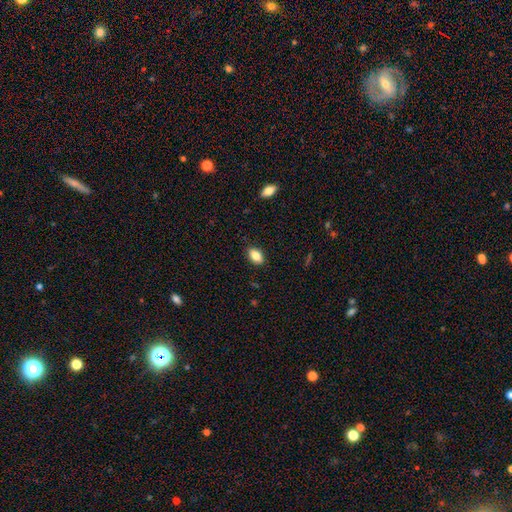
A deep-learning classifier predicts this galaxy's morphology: smooth 85%, star or artifact 8%, featured or disk 7%. Down the decision tree: how rounded — in between (90%); merging — none (87%).